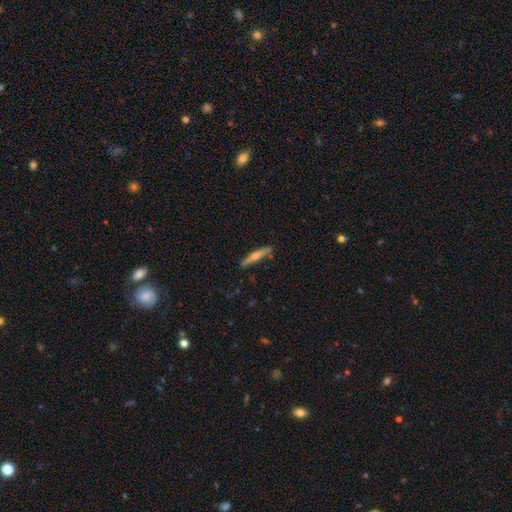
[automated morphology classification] Smooth or featured? featured or disk (59%)
Edge-on disk? yes (96%)
Edge-on bulge? rounded (87%)
Merging? none (84%)